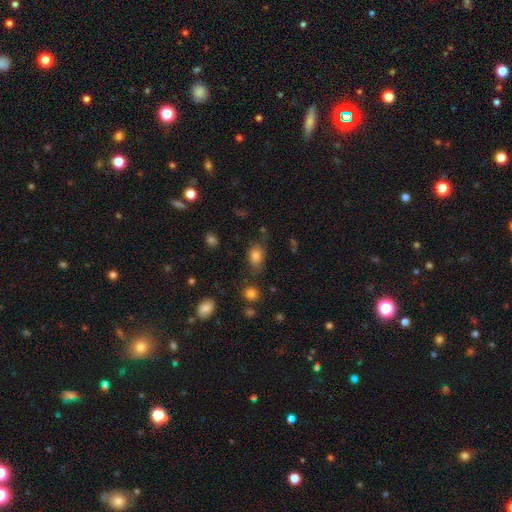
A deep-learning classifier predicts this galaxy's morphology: type=smooth (81%); roundness=in between (76%); merging=none (66%).